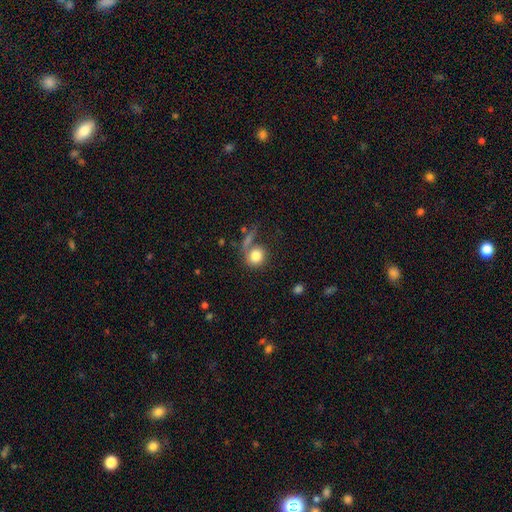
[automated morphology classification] Q: Smooth or featured?
A: smooth (80%); runner-up: featured or disk (11%)
Q: How rounded?
A: round (82%); runner-up: in between (17%)
Q: Merging?
A: none (50%); runner-up: merger (18%)